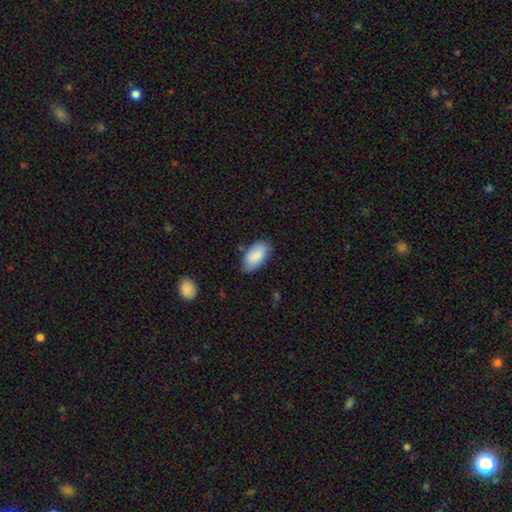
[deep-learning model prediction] Morphology: type=smooth (87%); roundness=in between (95%); merging=none (76%).